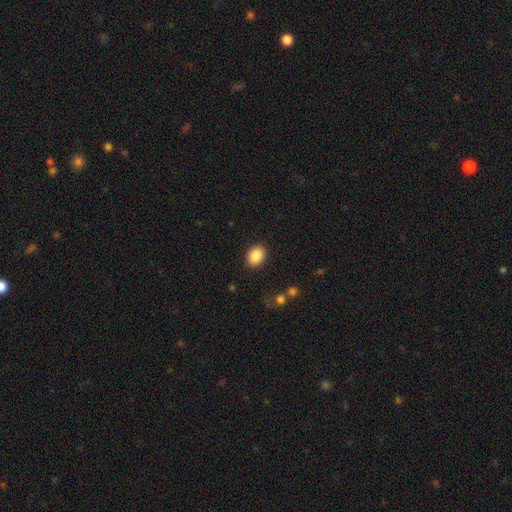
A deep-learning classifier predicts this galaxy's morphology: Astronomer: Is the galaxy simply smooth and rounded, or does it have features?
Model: smooth — 89%.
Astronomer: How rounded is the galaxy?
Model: in between — 67%.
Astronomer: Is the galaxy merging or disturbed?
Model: none — 89%.